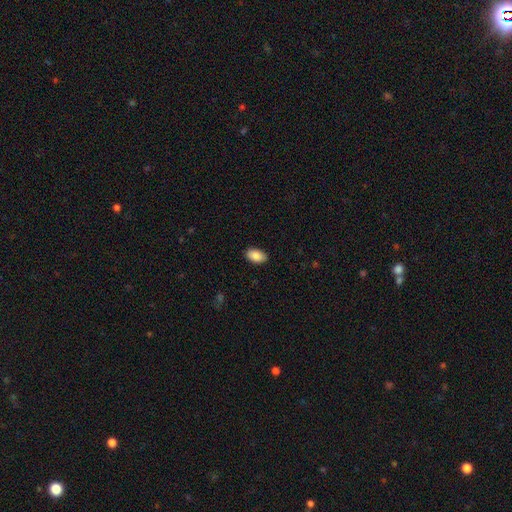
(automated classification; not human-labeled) The model was most divided on "merging": none: 89%, minor disturbance: 8%, major disturbance: 2%, merger: 1%. More confident: how rounded — in between (94%); smooth or featured — smooth (88%).